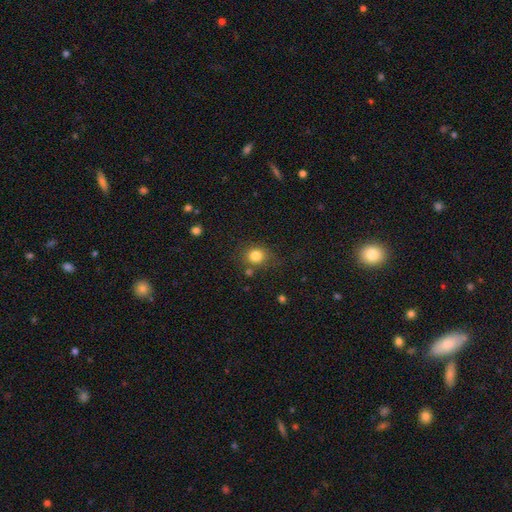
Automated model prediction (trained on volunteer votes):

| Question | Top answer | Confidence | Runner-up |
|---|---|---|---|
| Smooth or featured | smooth | 82% | star or artifact (11%) |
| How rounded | round | 77% | in between (22%) |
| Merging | none | 73% | minor disturbance (15%) |